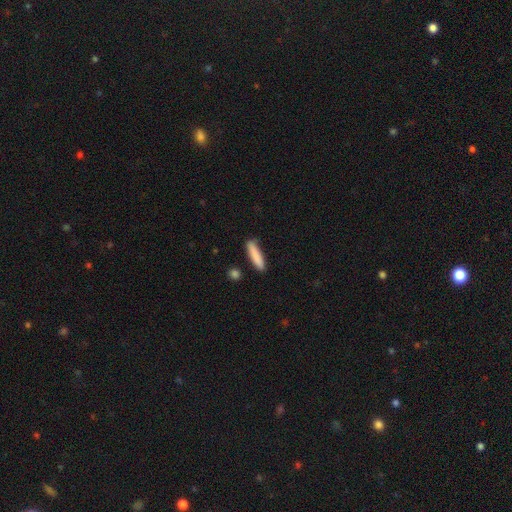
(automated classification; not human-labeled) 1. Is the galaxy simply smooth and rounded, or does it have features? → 86% smooth, 8% featured or disk, 6% star or artifact.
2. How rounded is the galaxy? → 85% cigar-shaped, 14% in between, 1% round.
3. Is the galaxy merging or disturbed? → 85% none, 10% minor disturbance, 2% merger, 2% major disturbance.